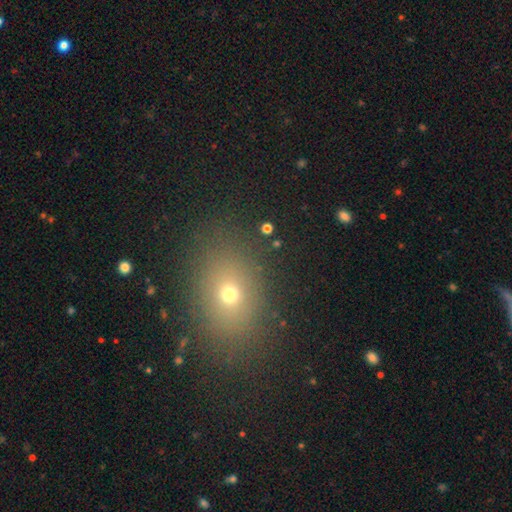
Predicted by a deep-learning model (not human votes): smooth 62%, star or artifact 25%, featured or disk 13%. Down the decision tree: how rounded — in between (64%); merging — none (86%).